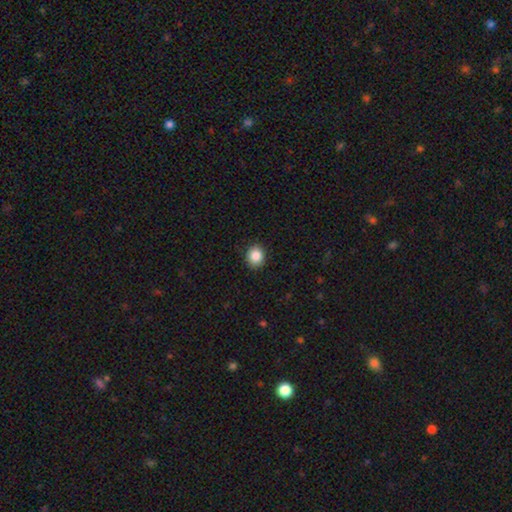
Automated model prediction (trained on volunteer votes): smooth_or_featured: smooth (p=0.86) [alt: star or artifact p=0.09]
how_rounded: round (p=0.68) [alt: in between p=0.31]
merging: none (p=0.90) [alt: minor disturbance p=0.07]